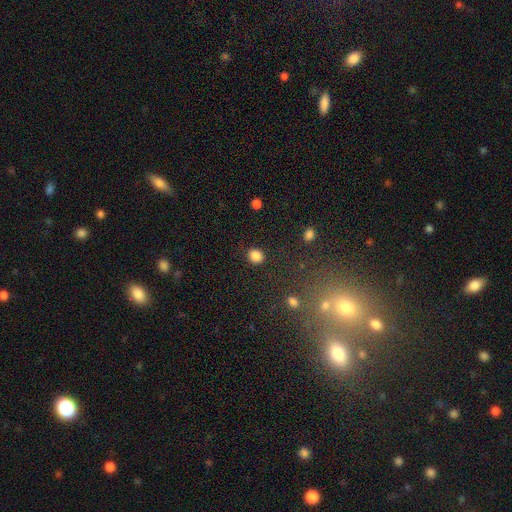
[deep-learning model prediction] Smooth or featured?
  - smooth: 86% *
  - star or artifact: 11%
  - featured or disk: 4%
How rounded?
  - round: 78% *
  - in between: 21%
  - cigar-shaped: 1%
Merging?
  - none: 88% *
  - minor disturbance: 7%
  - major disturbance: 3%
  - merger: 2%